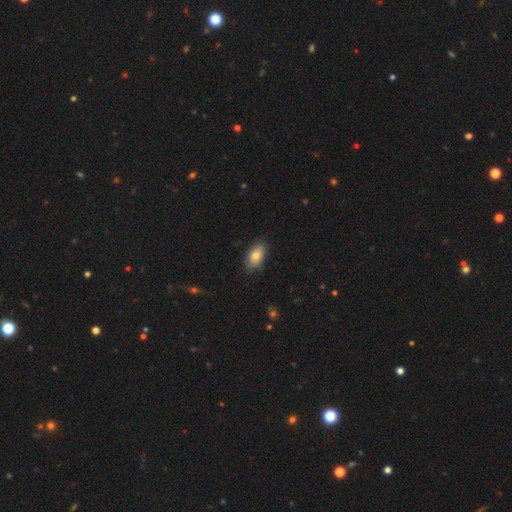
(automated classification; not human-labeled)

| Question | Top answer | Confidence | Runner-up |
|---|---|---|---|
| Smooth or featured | smooth | 78% | featured or disk (15%) |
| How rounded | in between | 92% | round (5%) |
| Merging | none | 81% | minor disturbance (16%) |